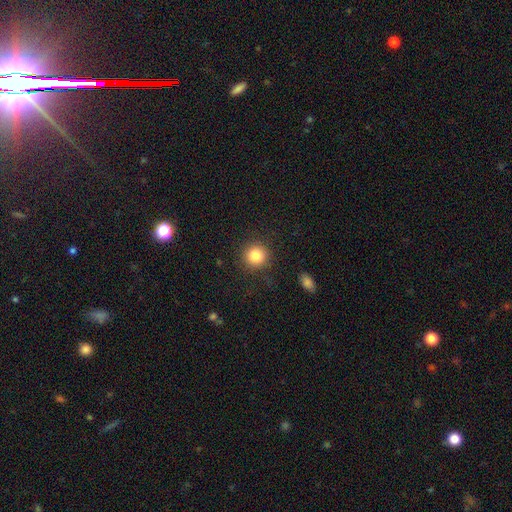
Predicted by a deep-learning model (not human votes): A smooth galaxy with no disk features (84%) that is round (92%). Merging: none (89%).